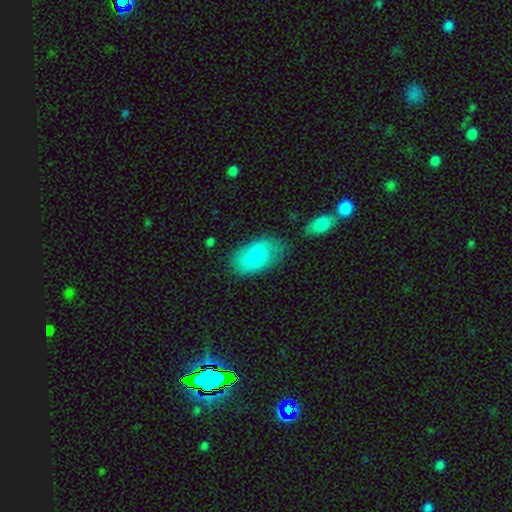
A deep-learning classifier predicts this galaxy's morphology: This is likely a smooth galaxy (77%). How rounded: clearly in between (94%). Merging: likely none (63%).